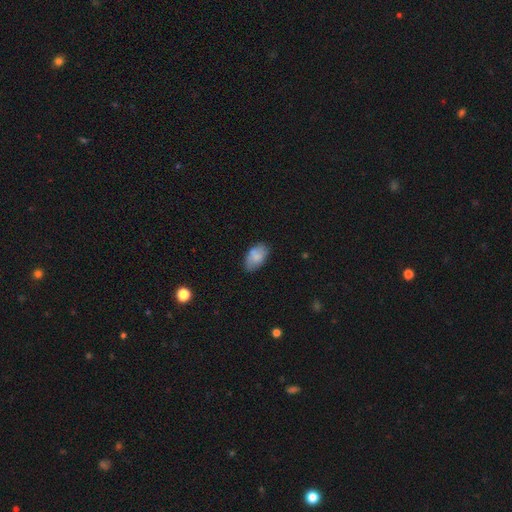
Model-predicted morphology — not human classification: This appears to be a smooth galaxy with no disk features (76%) that is in between round and cigar-shaped (93%). Merging: none (66%).